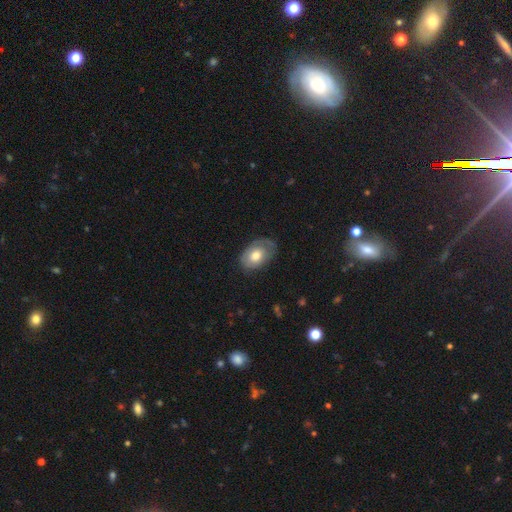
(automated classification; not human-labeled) Overall: smooth (63%; featured or disk 30%). How rounded: in between (85%). Merging: none (66%).